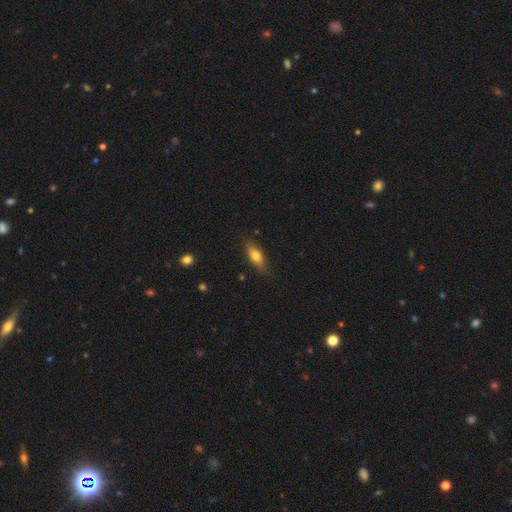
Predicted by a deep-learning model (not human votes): This is likely a smooth galaxy (68%). How rounded: likely in between (64%). Merging: clearly none (83%).